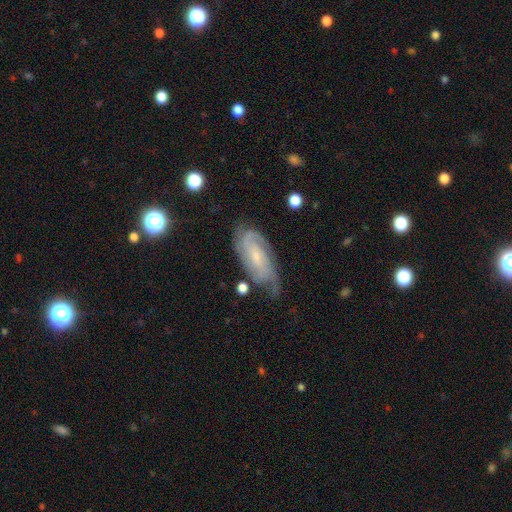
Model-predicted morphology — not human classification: Overall: featured or disk (80%). Edge-on disk: no (93%). Bar: no (55%; weak 36%). Spiral arms: yes (96%). Spiral arm count: 2 (36%; can't tell 27%). Spiral winding: tight (59%; medium 33%). Bulge size: small (66%). Merging: none (67%).